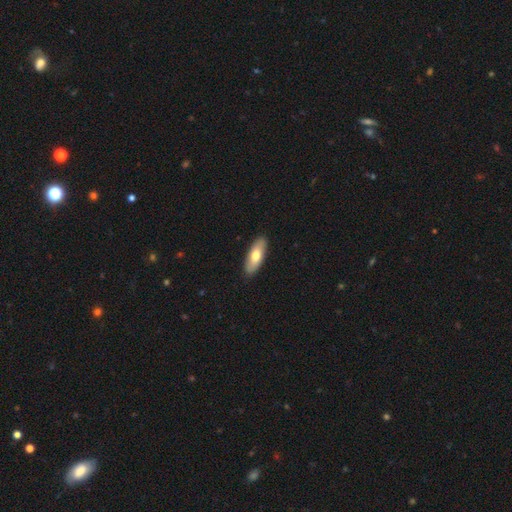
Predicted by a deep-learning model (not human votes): Smooth or featured: smooth — 72% (featured or disk — 23%)
How rounded: in between — 72% (cigar-shaped — 26%)
Merging: none — 89% (minor disturbance — 8%)